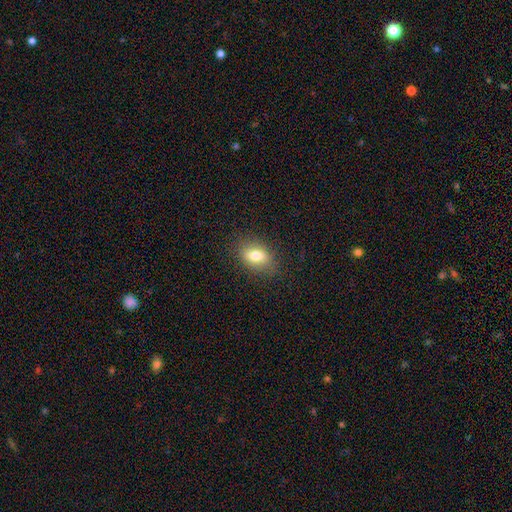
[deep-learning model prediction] Smooth or featured? smooth (75%)
How rounded? in between (80%)
Merging? none (83%)